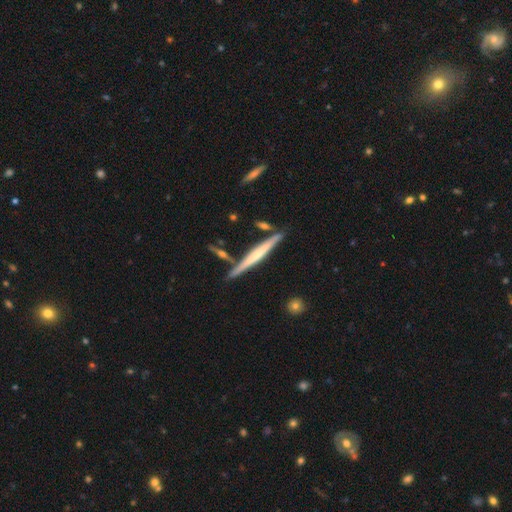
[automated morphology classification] smooth_or_featured: featured or disk (p=0.62) [alt: smooth p=0.33]
disk_edge_on: yes (p=0.97) [alt: no p=0.03]
edge_on_bulge: none (p=0.50) [alt: rounded p=0.32]
merging: none (p=0.81) [alt: minor disturbance p=0.11]